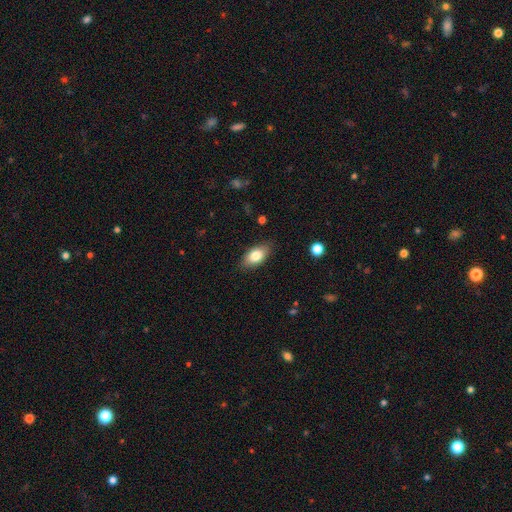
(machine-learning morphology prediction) Smooth or featured? smooth (81%)
How rounded? in between (91%)
Merging? none (84%)